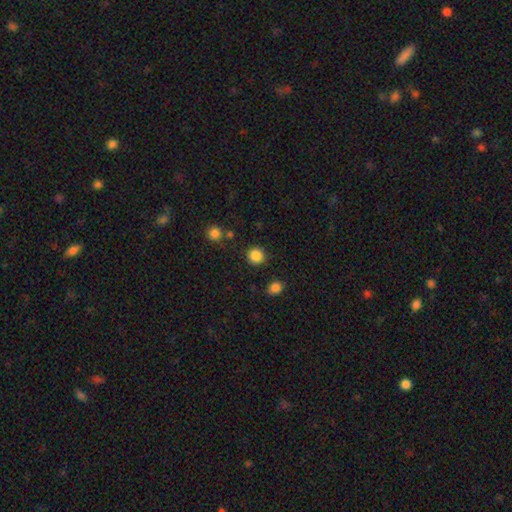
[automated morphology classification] Overall: smooth (86%). How rounded: round (93%). Merging: none (88%).